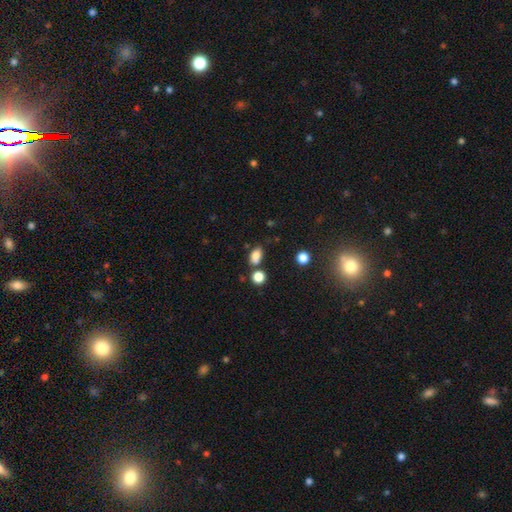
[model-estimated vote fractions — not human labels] This is clearly a smooth galaxy (82%). How rounded: clearly in between (82%). Merging: likely none (61%).